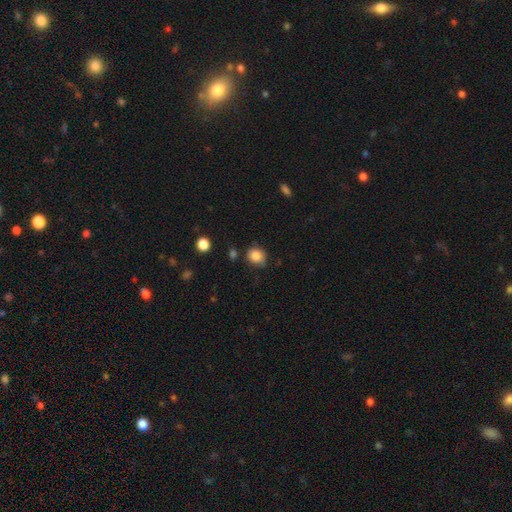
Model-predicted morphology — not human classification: A smooth galaxy with no disk features (85%) that is round (65%). Merging: none (70%).